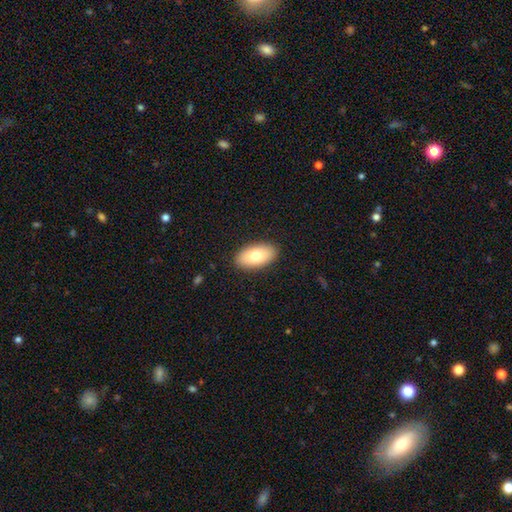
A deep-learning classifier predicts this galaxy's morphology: Q: Smooth or featured?
A: smooth (76%); runner-up: featured or disk (17%)
Q: How rounded?
A: in between (94%); runner-up: round (3%)
Q: Merging?
A: none (89%); runner-up: minor disturbance (8%)